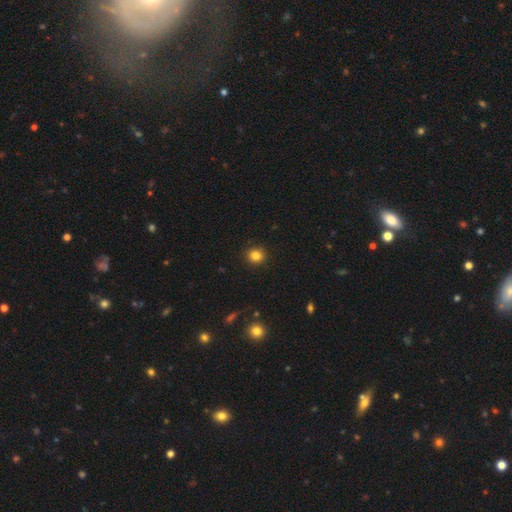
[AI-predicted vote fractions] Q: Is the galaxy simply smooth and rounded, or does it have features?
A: smooth — 84%.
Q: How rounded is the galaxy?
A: round — 87%.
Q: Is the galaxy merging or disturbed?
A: none — 92%.